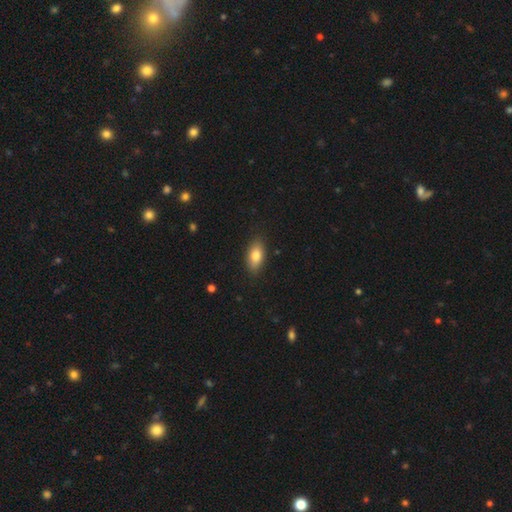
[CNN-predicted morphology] type=smooth (81%); roundness=in between (89%); merging=none (87%).